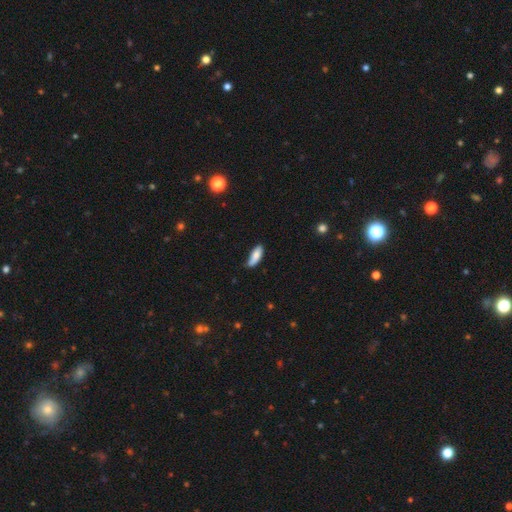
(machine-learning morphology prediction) This appears to be a smooth galaxy with no disk features (80%) that is in between round and cigar-shaped (65%). Merging: none (59%).